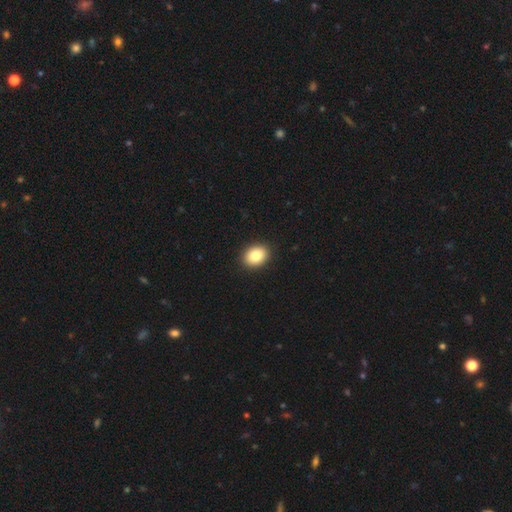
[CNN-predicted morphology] Q: Smooth or featured?
A: smooth (84%); runner-up: star or artifact (8%)
Q: How rounded?
A: in between (60%); runner-up: round (39%)
Q: Merging?
A: none (92%); runner-up: minor disturbance (6%)